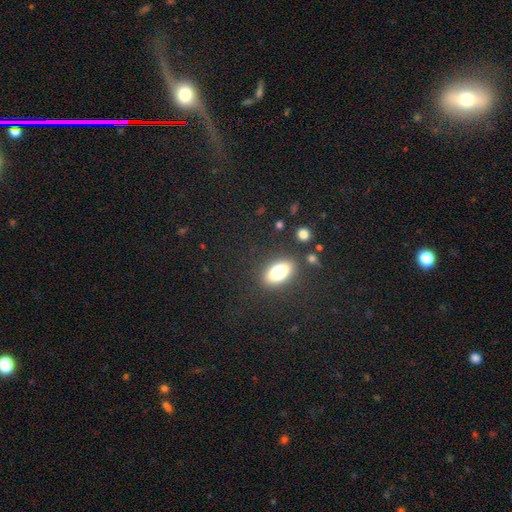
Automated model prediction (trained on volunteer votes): This is marginally a smooth galaxy (41%). Merging: likely none (80%).